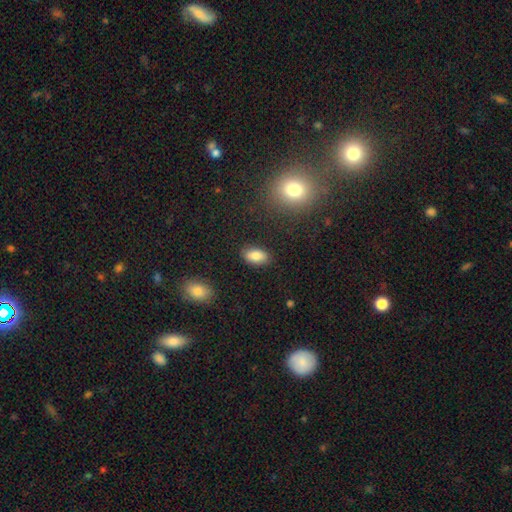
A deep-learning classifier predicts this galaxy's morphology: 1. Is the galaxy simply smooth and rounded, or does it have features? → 84% smooth, 8% star or artifact, 8% featured or disk.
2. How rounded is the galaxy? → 92% in between, 6% round, 2% cigar-shaped.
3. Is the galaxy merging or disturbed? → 86% none, 10% minor disturbance, 2% major disturbance, 2% merger.